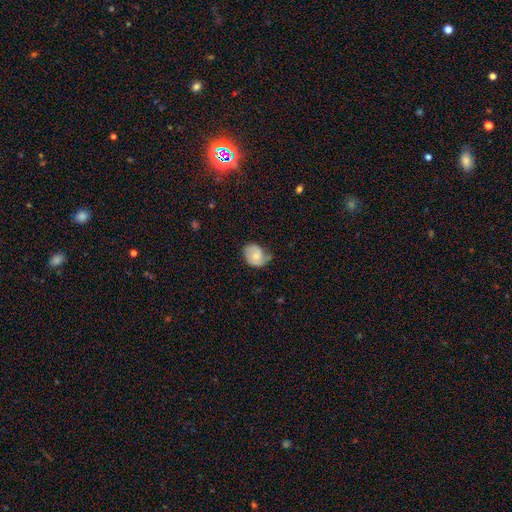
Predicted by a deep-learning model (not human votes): This appears to be a smooth galaxy with no disk features (52%) that is in between round and cigar-shaped (53%). Merging: none (49%).